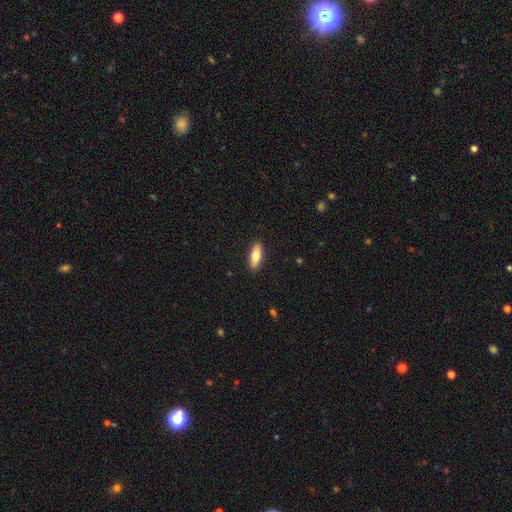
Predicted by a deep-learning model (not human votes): smooth-or-featured: smooth: 73% | featured or disk: 21% | star or artifact: 6%
  how-rounded: in between: 67% | cigar-shaped: 30% | round: 2%
  merging: none: 90% | minor disturbance: 7% | major disturbance: 2% | merger: 1%